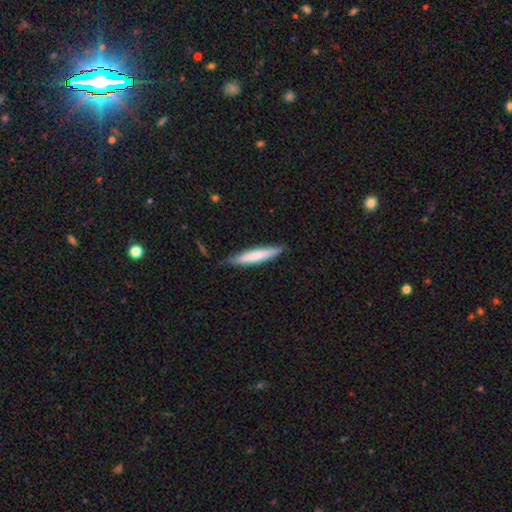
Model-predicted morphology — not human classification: smooth 67%, featured or disk 27%, star or artifact 5%. Down the decision tree: how rounded — cigar-shaped (90%); merging — none (79%).